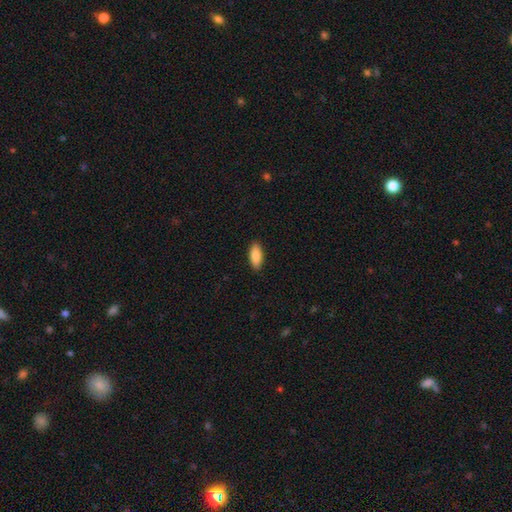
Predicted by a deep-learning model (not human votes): A smooth galaxy with no disk features (85%) that is in between round and cigar-shaped (82%). Merging: none (90%).